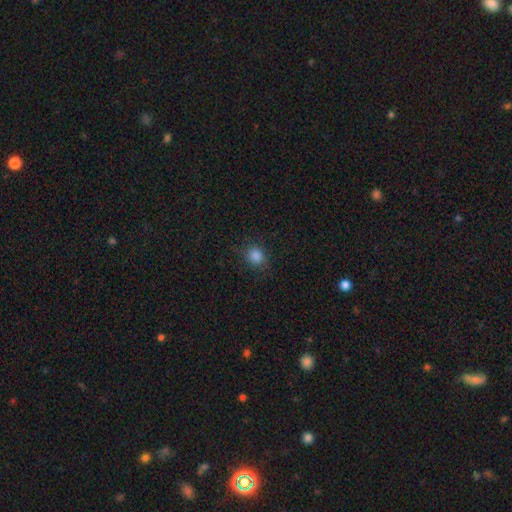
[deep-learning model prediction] A smooth galaxy with no disk features (84%) that is round (79%).

Vote fractions:
- Smooth or featured? smooth: 84% / star or artifact: 12% / featured or disk: 3%
- How rounded? round: 79% / in between: 20% / cigar-shaped: 1%
- Merging? none: 85% / minor disturbance: 11% / major disturbance: 4% / merger: 1%